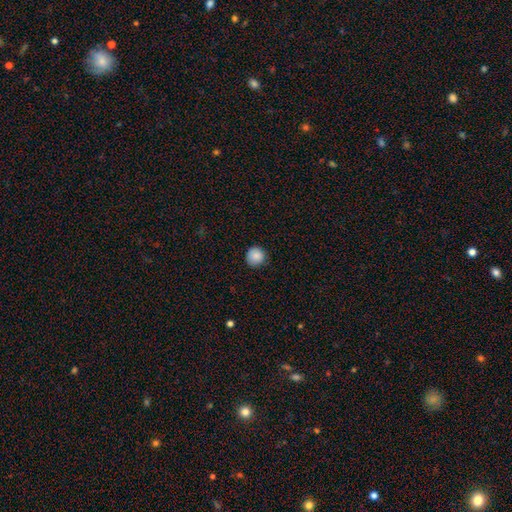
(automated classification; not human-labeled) Smooth or featured? smooth (87%)
How rounded? round (94%)
Merging? none (86%)